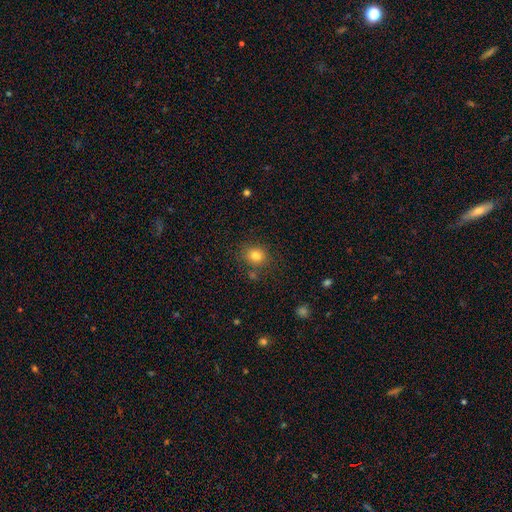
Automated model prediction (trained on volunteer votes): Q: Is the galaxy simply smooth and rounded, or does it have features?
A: smooth — 80%.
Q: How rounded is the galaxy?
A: round — 67%.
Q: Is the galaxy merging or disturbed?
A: none — 80%.